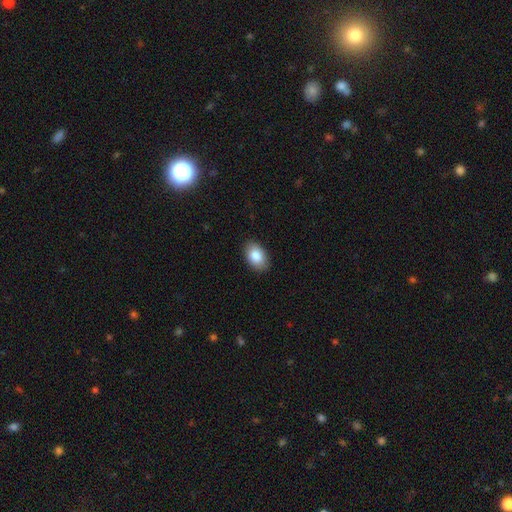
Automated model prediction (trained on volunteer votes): Smooth or featured?
  - smooth: 85% *
  - featured or disk: 8%
  - star or artifact: 7%
How rounded?
  - in between: 90% *
  - round: 9%
  - cigar-shaped: 1%
Merging?
  - none: 89% *
  - minor disturbance: 9%
  - major disturbance: 2%
  - merger: 1%